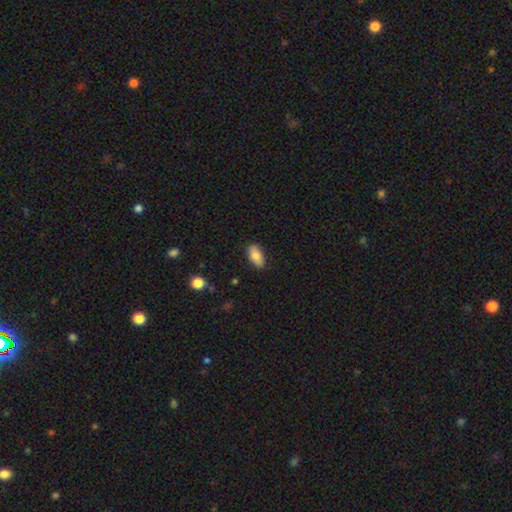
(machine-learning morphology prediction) Smooth or featured: smooth — 78% (featured or disk — 15%)
How rounded: in between — 92% (cigar-shaped — 5%)
Merging: none — 85% (minor disturbance — 12%)